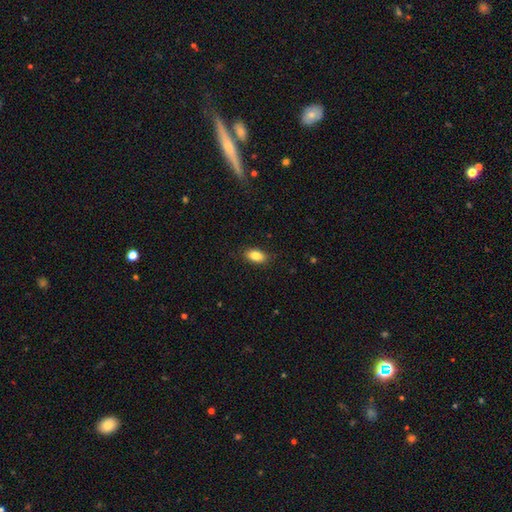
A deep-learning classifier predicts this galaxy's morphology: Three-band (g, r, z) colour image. It shows a smooth galaxy with no disk features (85%) that is in between round and cigar-shaped (91%). Merging: none (87%).